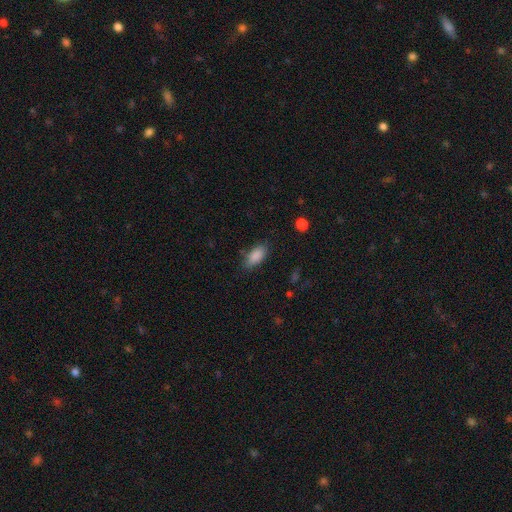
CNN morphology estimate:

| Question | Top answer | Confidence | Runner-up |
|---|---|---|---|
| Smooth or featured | smooth | 88% | star or artifact (7%) |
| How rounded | in between | 90% | cigar-shaped (8%) |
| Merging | none | 80% | minor disturbance (15%) |